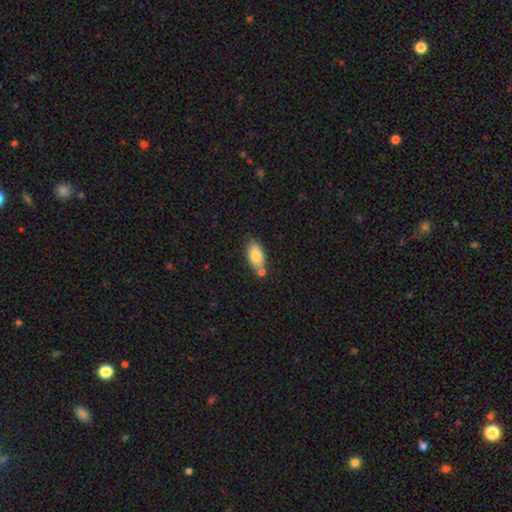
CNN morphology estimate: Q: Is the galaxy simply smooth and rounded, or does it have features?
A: smooth — 81%.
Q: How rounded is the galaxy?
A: in between — 91%.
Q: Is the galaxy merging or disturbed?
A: none — 64%.